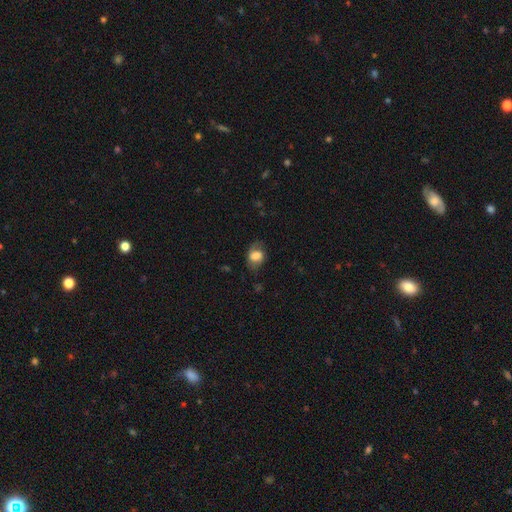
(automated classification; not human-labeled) Smooth or featured? smooth (69%)
How rounded? in between (70%)
Merging? none (58%)